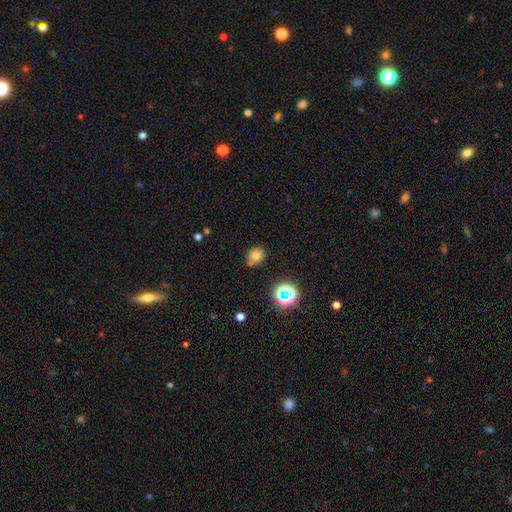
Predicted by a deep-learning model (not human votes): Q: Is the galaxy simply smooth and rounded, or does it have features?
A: smooth — 72%.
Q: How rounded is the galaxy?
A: round — 77%.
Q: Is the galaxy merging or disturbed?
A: none — 73%.